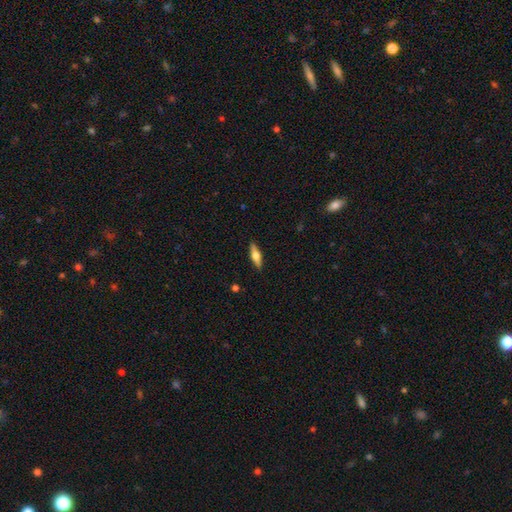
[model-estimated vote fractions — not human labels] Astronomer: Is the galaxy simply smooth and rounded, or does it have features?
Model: featured or disk — 56% (runner-up: smooth, 38%).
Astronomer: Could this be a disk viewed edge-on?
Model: yes — 95%.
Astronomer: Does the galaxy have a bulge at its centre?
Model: rounded — 93%.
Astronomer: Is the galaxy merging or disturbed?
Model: none — 90%.